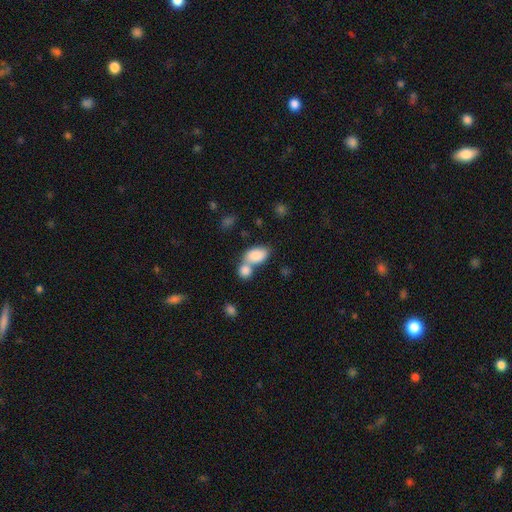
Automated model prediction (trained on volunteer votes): This appears to be a smooth galaxy with no disk features (84%) that is in between round and cigar-shaped (89%). Merging: merger (60%).